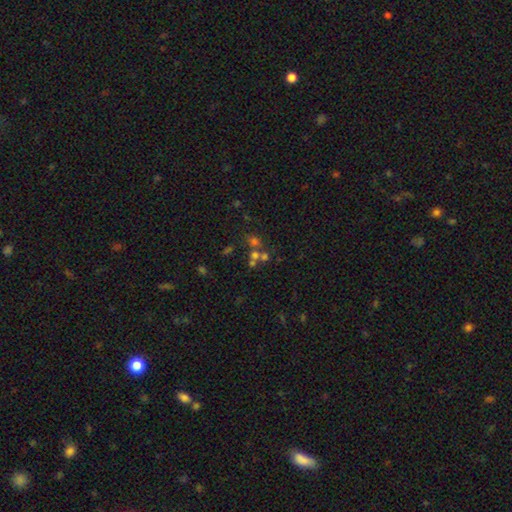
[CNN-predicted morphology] smooth-or-featured: smooth: 46% | star or artifact: 34% | featured or disk: 20%
  merging: none: 45% | merger: 42% | minor disturbance: 8% | major disturbance: 6%